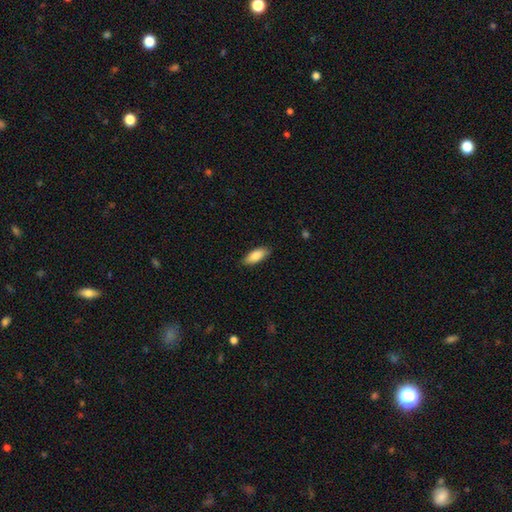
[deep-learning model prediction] This appears to be a smooth galaxy with no disk features (87%) that is in between round and cigar-shaped (81%). Merging: none (85%).